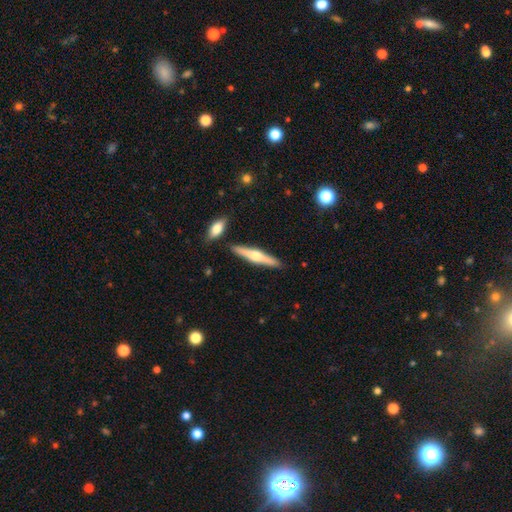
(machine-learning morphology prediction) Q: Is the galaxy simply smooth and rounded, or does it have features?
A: featured or disk — 60%.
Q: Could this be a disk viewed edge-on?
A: yes — 96%.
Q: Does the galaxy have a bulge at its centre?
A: rounded — 92%.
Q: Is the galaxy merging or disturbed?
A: none — 86%.